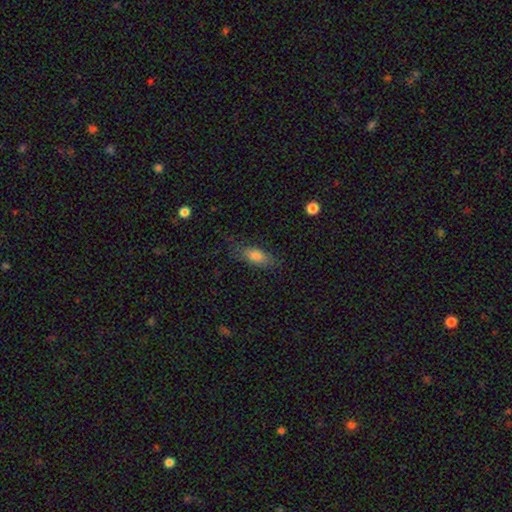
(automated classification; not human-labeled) Morphology: type=smooth (79%); roundness=in between (79%); merging=none (71%).